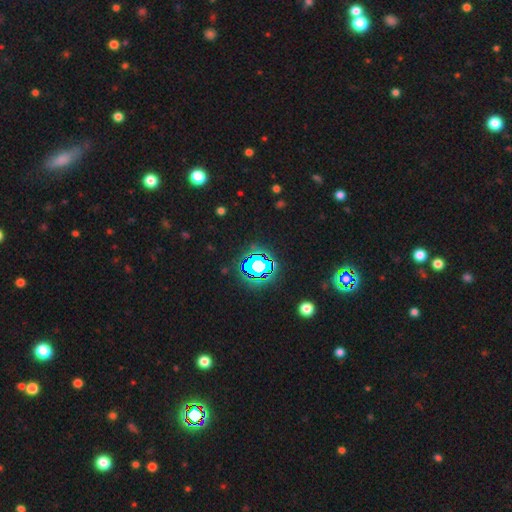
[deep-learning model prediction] Overall: star or artifact (82%).